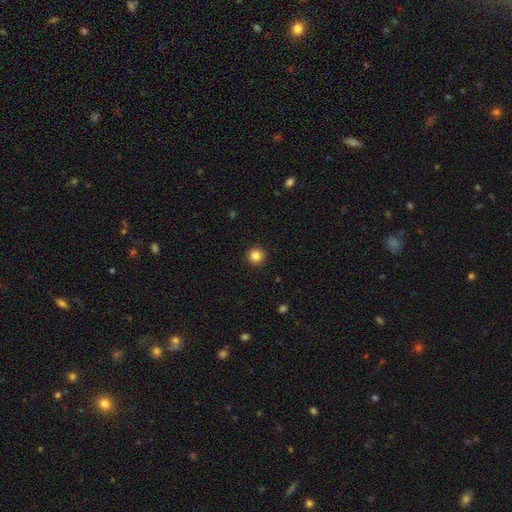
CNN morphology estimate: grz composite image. It shows a smooth galaxy with no disk features (85%) that is round (96%). Merging: none (93%).